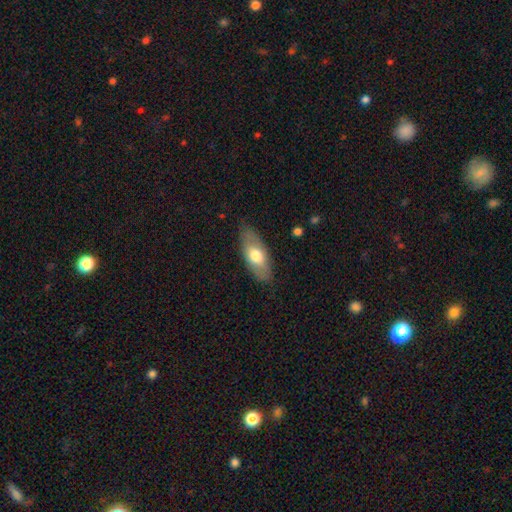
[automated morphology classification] The model was most divided on "smooth or featured": smooth: 65%, featured or disk: 30%, star or artifact: 6%. More confident: how rounded — in between (83%); merging — none (79%).